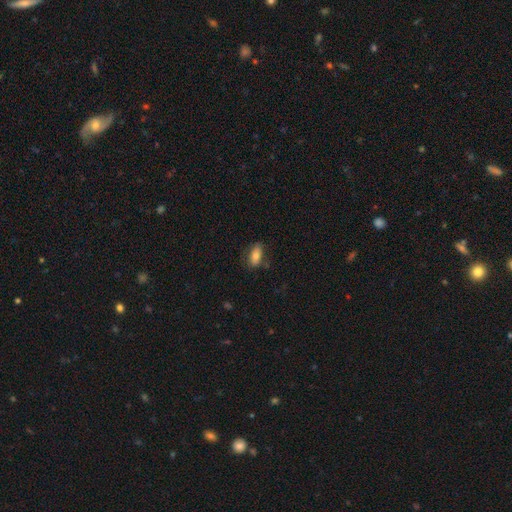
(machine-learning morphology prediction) A smooth galaxy with no disk features (74%) that is in between round and cigar-shaped (86%).

Vote fractions:
- Smooth or featured? smooth: 74% / featured or disk: 18% / star or artifact: 7%
- How rounded? in between: 86% / cigar-shaped: 11% / round: 4%
- Merging? none: 73% / minor disturbance: 19% / major disturbance: 5% / merger: 3%